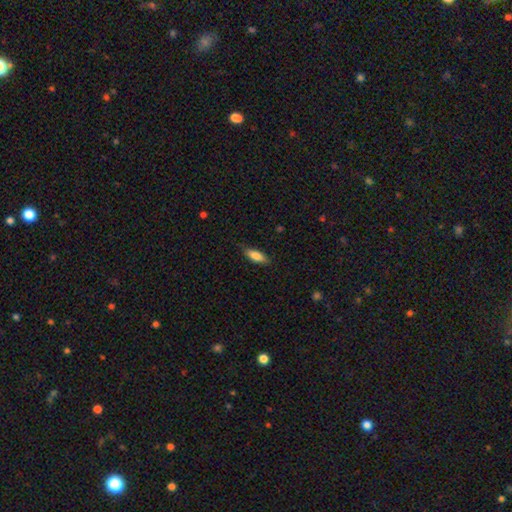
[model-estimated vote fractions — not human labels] This is clearly a smooth galaxy (81%). How rounded: likely in between (68%). Merging: likely none (78%).